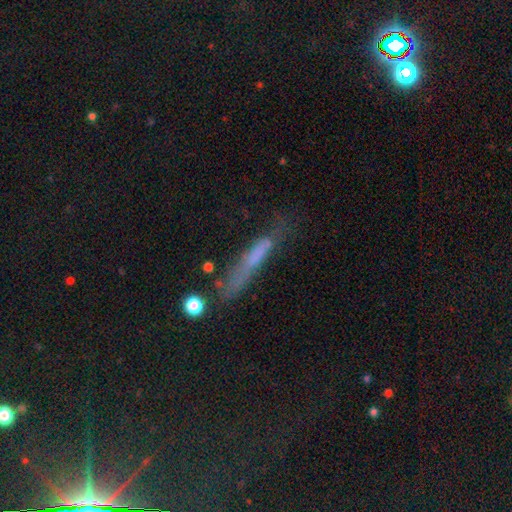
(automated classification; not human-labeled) smooth-or-featured: smooth: 53% | featured or disk: 36% | star or artifact: 11%
  how-rounded: cigar-shaped: 90% | in between: 8% | round: 2%
  merging: none: 49% | minor disturbance: 26% | major disturbance: 18% | merger: 6%